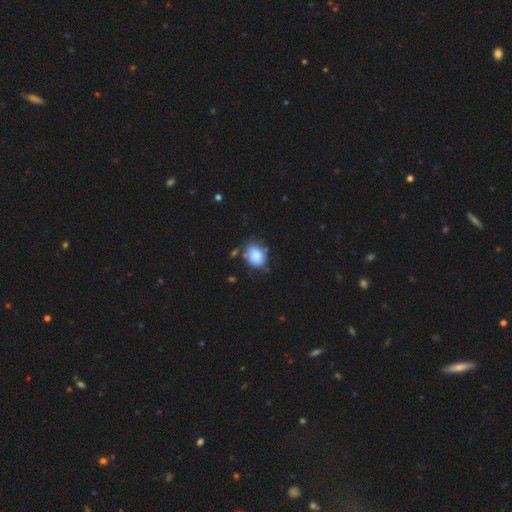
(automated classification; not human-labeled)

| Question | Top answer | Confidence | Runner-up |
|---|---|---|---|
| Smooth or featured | smooth | 85% | star or artifact (8%) |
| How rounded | round | 50% | in between (49%) |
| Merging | none | 67% | minor disturbance (21%) |